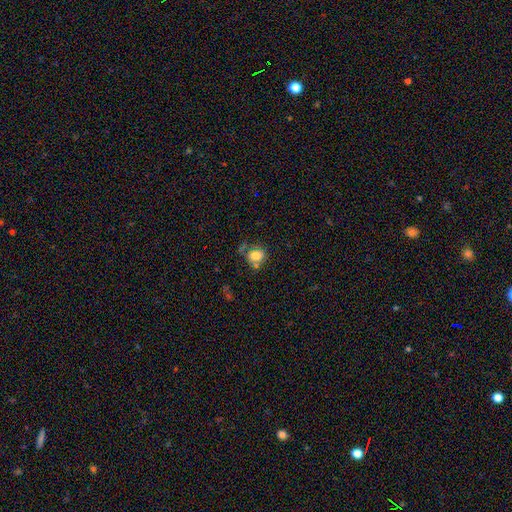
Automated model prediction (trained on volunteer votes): A smooth galaxy with no disk features (75%) that is round (51%).

Vote fractions:
- Smooth or featured? smooth: 75% / featured or disk: 14% / star or artifact: 11%
- How rounded? round: 51% / in between: 47% / cigar-shaped: 1%
- Merging? none: 49% / minor disturbance: 21% / merger: 18% / major disturbance: 11%